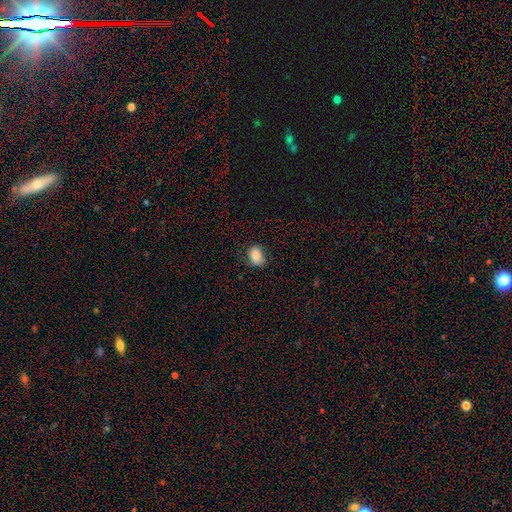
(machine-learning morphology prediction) smooth 83%, star or artifact 9%, featured or disk 8%. Down the decision tree: how rounded — in between (74%); merging — none (74%).